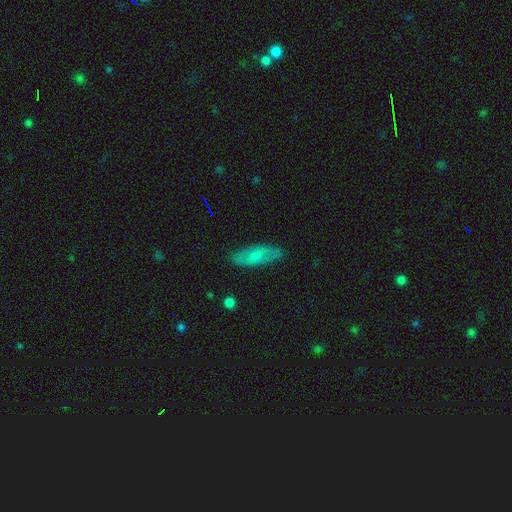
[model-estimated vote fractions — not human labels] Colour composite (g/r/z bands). It shows a smooth galaxy with no disk features (61%) that is in between round and cigar-shaped (69%). Merging: none (82%).